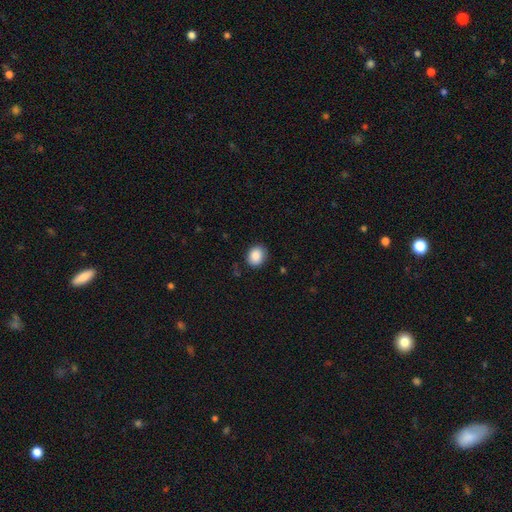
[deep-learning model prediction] This is clearly a smooth galaxy (88%). How rounded: likely round (65%). Merging: clearly none (85%).